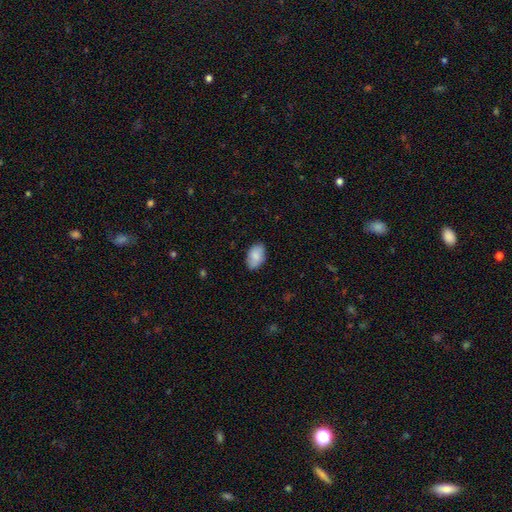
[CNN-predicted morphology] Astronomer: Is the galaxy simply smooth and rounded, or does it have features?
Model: smooth — 85%.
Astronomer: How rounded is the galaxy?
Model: in between — 92%.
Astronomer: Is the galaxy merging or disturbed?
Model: none — 83%.